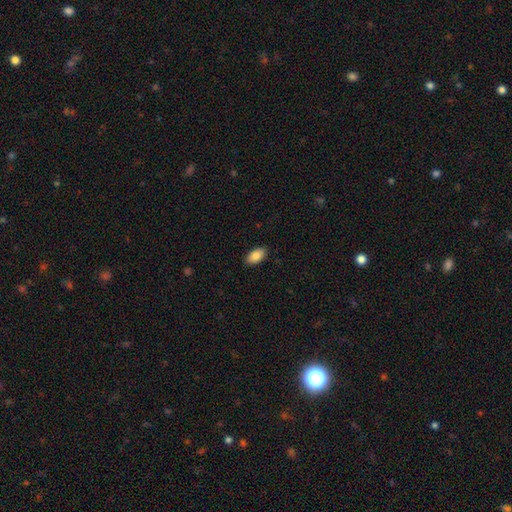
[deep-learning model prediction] Smooth or featured? Predicted: smooth (p=0.86). How rounded? Predicted: in between (p=0.94). Merging? Predicted: none (p=0.89).